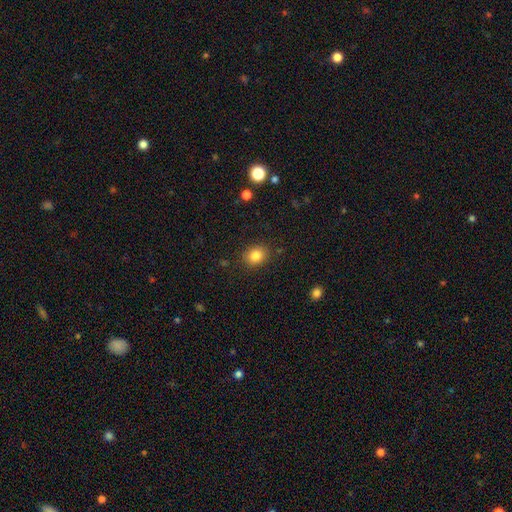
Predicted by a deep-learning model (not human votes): A smooth galaxy with no disk features (84%) that is round (58%).

Vote fractions:
- Smooth or featured? smooth: 84% / star or artifact: 10% / featured or disk: 6%
- How rounded? round: 58% / in between: 41% / cigar-shaped: 1%
- Merging? none: 87% / minor disturbance: 9% / major disturbance: 3% / merger: 1%